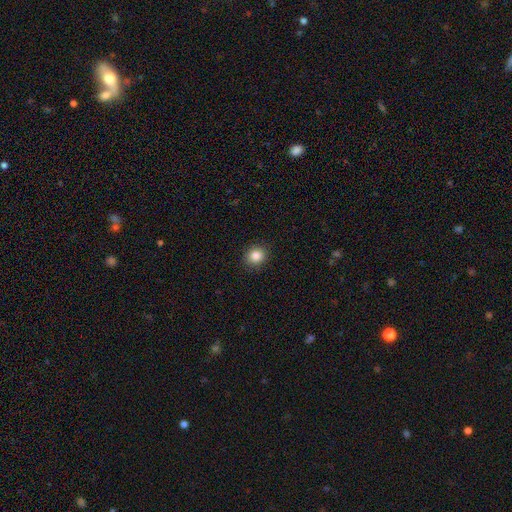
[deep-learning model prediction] Smooth or featured?
  - smooth: 85% *
  - star or artifact: 10%
  - featured or disk: 5%
How rounded?
  - round: 79% *
  - in between: 20%
  - cigar-shaped: 1%
Merging?
  - none: 90% *
  - minor disturbance: 7%
  - major disturbance: 2%
  - merger: 1%